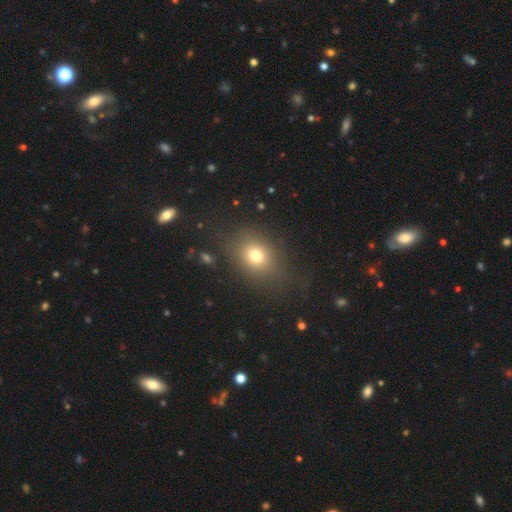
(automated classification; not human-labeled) smooth-or-featured: smooth: 73% | star or artifact: 15% | featured or disk: 12%
  how-rounded: round: 55% | in between: 44% | cigar-shaped: 1%
  merging: none: 71% | minor disturbance: 15% | major disturbance: 11% | merger: 2%